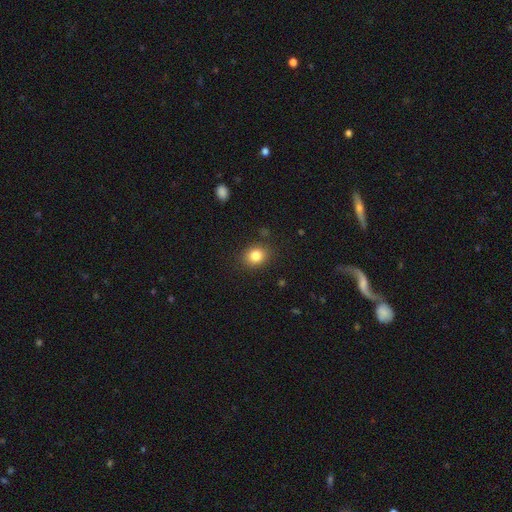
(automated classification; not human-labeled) This appears to be a smooth galaxy with no disk features (83%) that is round (63%). Merging: none (86%).